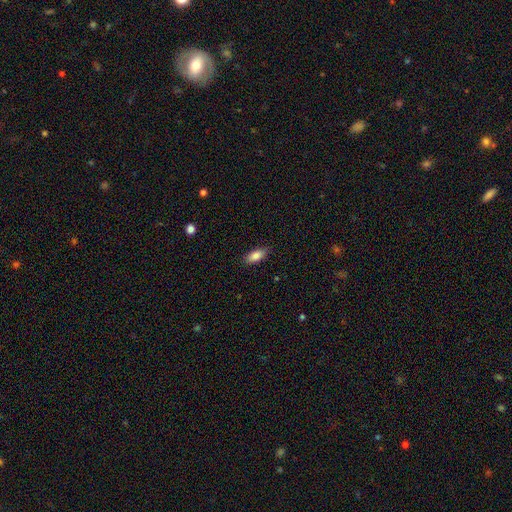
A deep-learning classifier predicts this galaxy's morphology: Smooth or featured? Predicted: smooth (p=0.84). How rounded? Predicted: in between (p=0.82). Merging? Predicted: none (p=0.85).